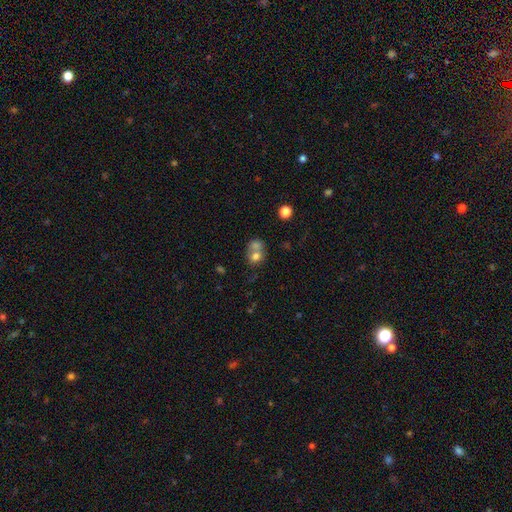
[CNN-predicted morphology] A smooth galaxy with no disk features (71%) that is round (61%).

Vote fractions:
- Smooth or featured? smooth: 71% / featured or disk: 18% / star or artifact: 11%
- How rounded? round: 61% / in between: 38% / cigar-shaped: 1%
- Merging? merger: 60% / none: 28% / minor disturbance: 8% / major disturbance: 5%